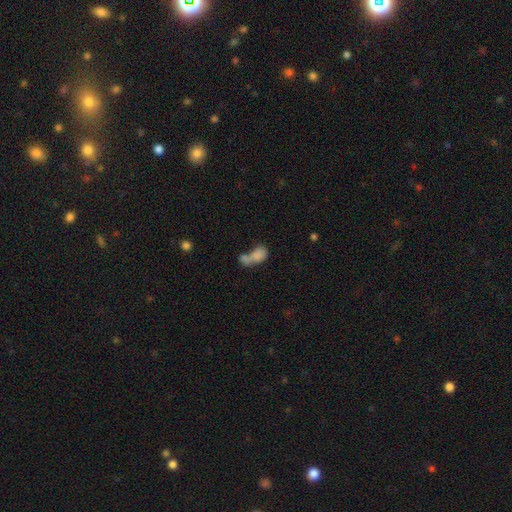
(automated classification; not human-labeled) Overall: smooth (77%). How rounded: in between (78%). Merging: merger (63%).